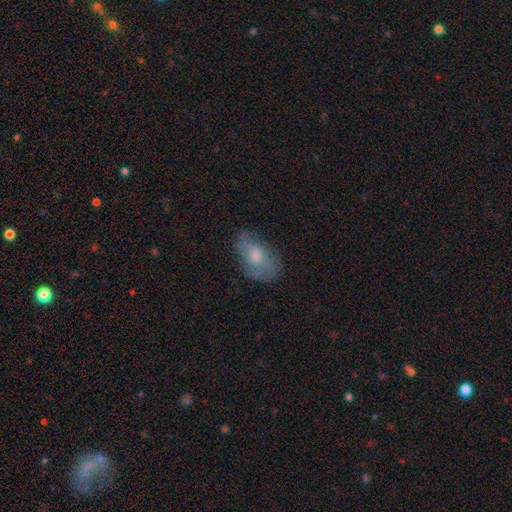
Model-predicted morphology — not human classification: This appears to be a smooth galaxy with no disk features (46%). Merging: none (66%).